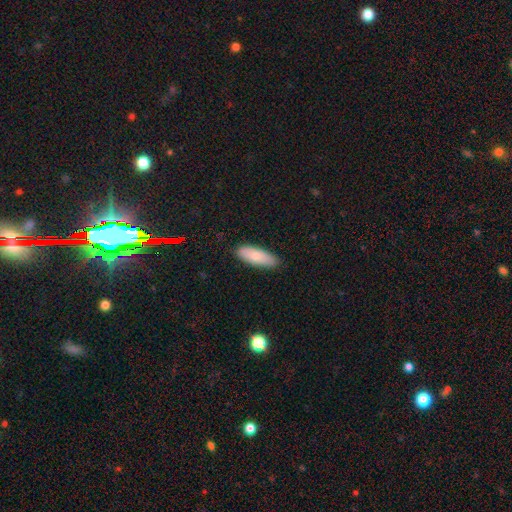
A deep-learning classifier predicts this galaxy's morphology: A smooth galaxy with no disk features (82%) that is in between round and cigar-shaped (64%).

Vote fractions:
- Smooth or featured? smooth: 82% / featured or disk: 12% / star or artifact: 6%
- How rounded? in between: 64% / cigar-shaped: 34% / round: 2%
- Merging? none: 85% / minor disturbance: 12% / major disturbance: 2% / merger: 1%